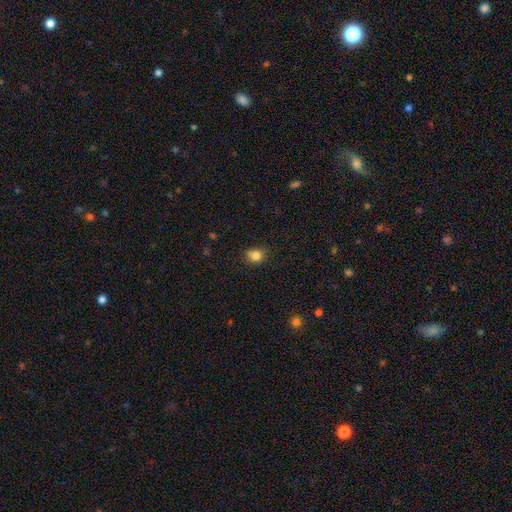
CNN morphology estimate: Smooth or featured?
  - smooth: 82% *
  - star or artifact: 12%
  - featured or disk: 7%
How rounded?
  - round: 66% *
  - in between: 33%
  - cigar-shaped: 1%
Merging?
  - none: 63% *
  - minor disturbance: 26%
  - merger: 6%
  - major disturbance: 6%